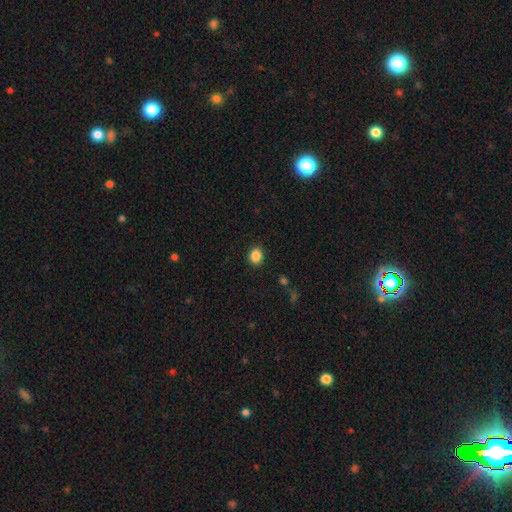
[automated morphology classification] smooth-or-featured: smooth: 87% | star or artifact: 9% | featured or disk: 3%
  how-rounded: round: 62% | in between: 37% | cigar-shaped: 1%
  merging: none: 90% | minor disturbance: 6% | major disturbance: 2% | merger: 1%